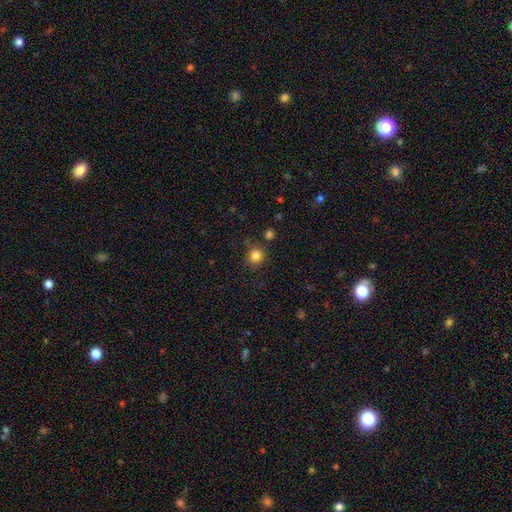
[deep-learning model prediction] A smooth galaxy with no disk features (83%) that is round (89%). Merging: none (84%).